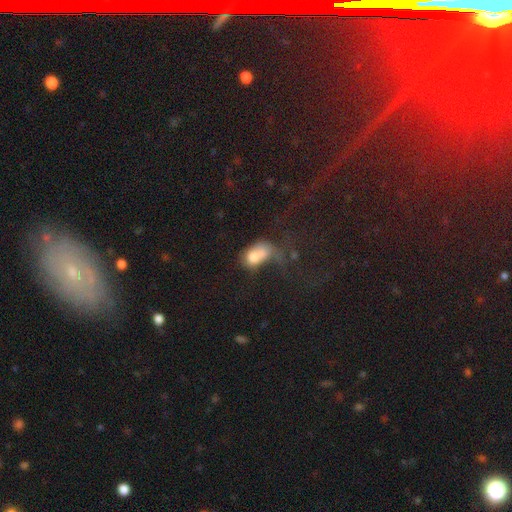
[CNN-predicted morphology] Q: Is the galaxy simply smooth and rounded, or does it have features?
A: smooth — 67%.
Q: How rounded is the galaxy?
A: in between — 76%.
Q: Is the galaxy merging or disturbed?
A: merger — 45%.